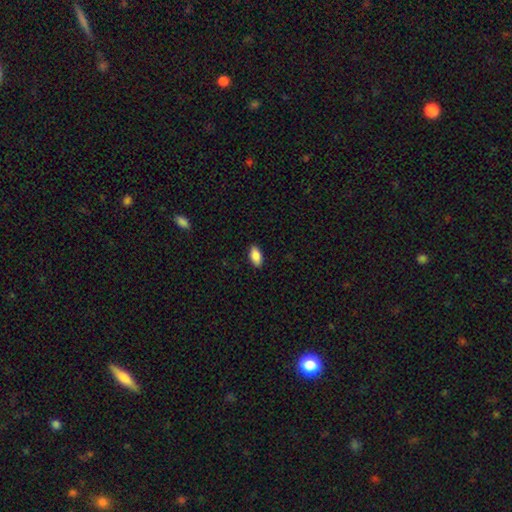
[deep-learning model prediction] This is clearly a smooth galaxy (88%). How rounded: clearly in between (93%). Merging: clearly none (89%).